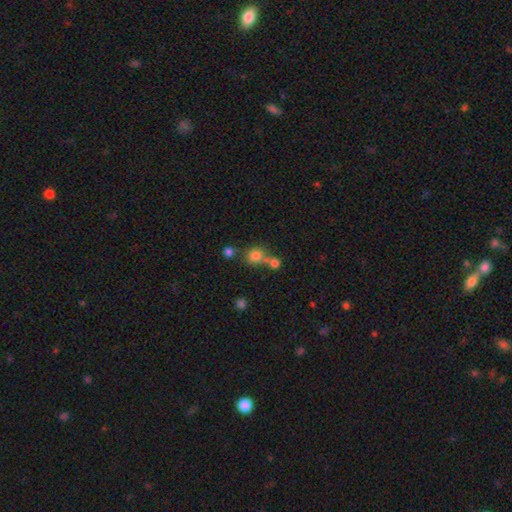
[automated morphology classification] Smooth or featured? smooth (76%)
How rounded? round (86%)
Merging? none (51%)